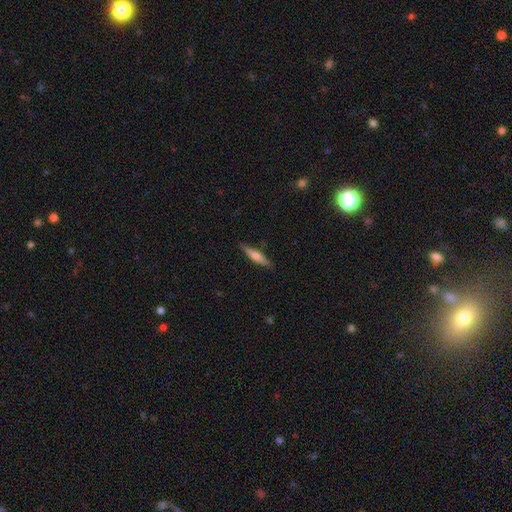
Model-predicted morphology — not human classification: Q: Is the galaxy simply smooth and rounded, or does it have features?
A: smooth — 56%.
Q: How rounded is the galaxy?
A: cigar-shaped — 85%.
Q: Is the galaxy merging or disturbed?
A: none — 86%.